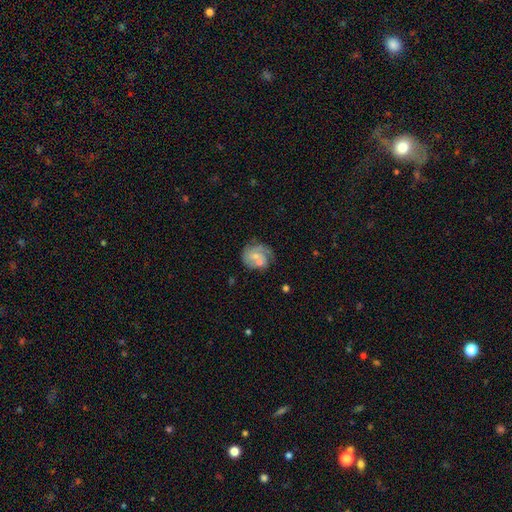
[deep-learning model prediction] Q: Smooth or featured?
A: featured or disk (63%); runner-up: smooth (30%)
Q: Edge-on disk?
A: no (98%); runner-up: yes (2%)
Q: Bar?
A: no (69%); runner-up: weak (27%)
Q: Spiral arms?
A: yes (80%); runner-up: no (20%)
Q: Bulge size?
A: small (50%); runner-up: moderate (39%)
Q: Merging?
A: none (43%); runner-up: merger (24%)